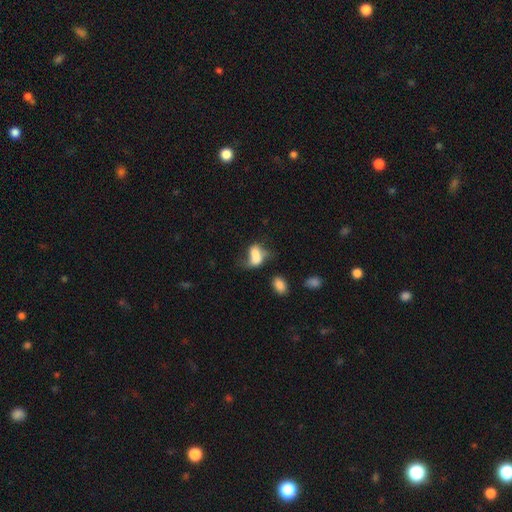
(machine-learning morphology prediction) The model was most divided on "merging": major disturbance: 28%, merger: 27%, none: 24%, minor disturbance: 21%. More confident: how rounded — in between (83%); smooth or featured — smooth (62%).